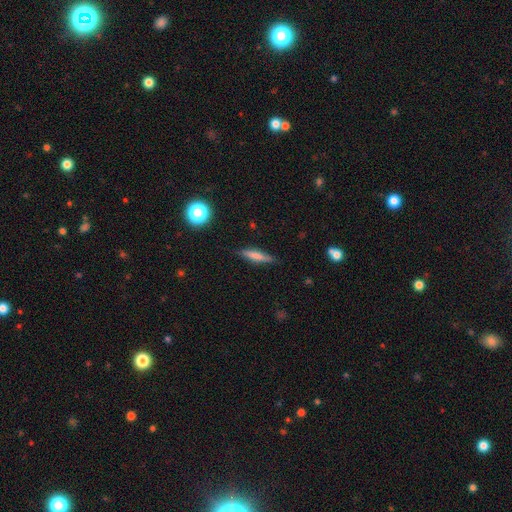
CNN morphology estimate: Smooth or featured: smooth — 66% (featured or disk — 26%)
How rounded: cigar-shaped — 83% (in between — 15%)
Merging: none — 84% (minor disturbance — 12%)